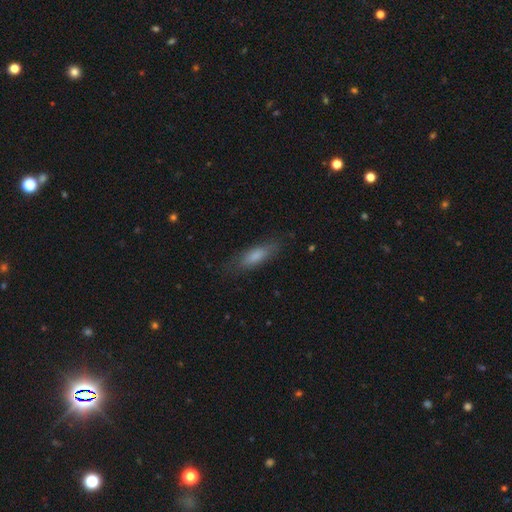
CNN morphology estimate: Overall: smooth (79%). How rounded: in between (52%; cigar-shaped 46%). Merging: none (78%).